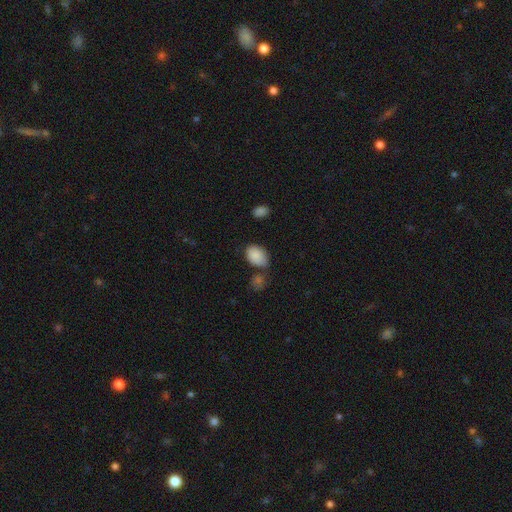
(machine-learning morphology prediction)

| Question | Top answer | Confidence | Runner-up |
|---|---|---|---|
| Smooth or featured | smooth | 87% | star or artifact (7%) |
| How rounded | in between | 85% | round (14%) |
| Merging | none | 55% | minor disturbance (24%) |